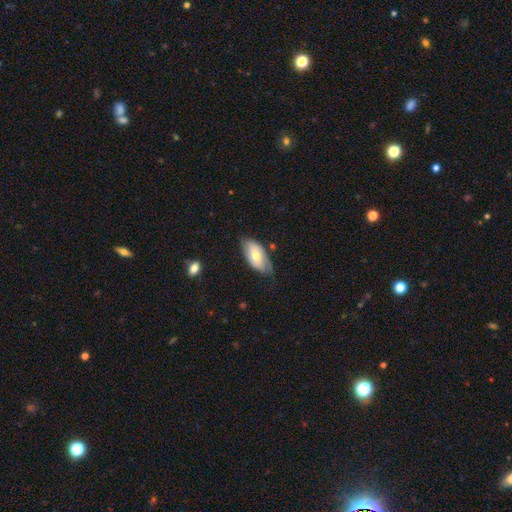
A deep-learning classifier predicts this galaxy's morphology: Overall: smooth (57%; featured or disk 37%). How rounded: in between (92%). Merging: none (66%).